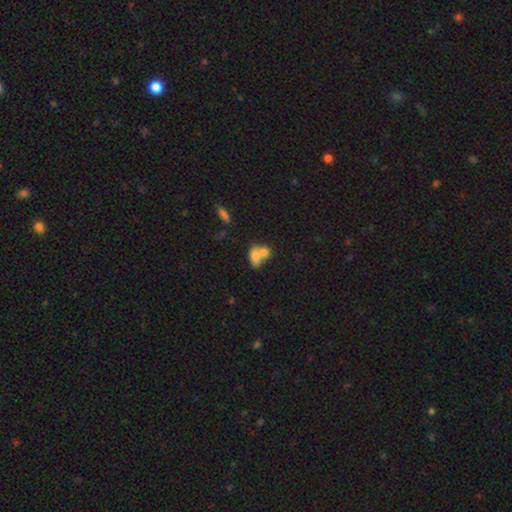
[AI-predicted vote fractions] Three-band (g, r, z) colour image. It shows a smooth galaxy with no disk features (75%) that is in between round and cigar-shaped (76%). Merging: merger (65%).